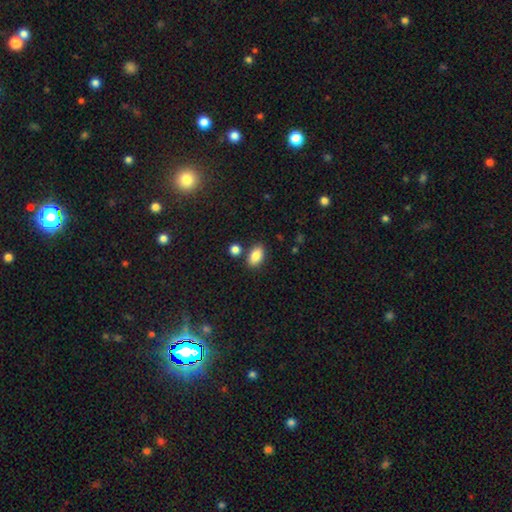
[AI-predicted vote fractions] This is clearly a smooth galaxy (87%). How rounded: clearly in between (90%). Merging: likely none (79%).